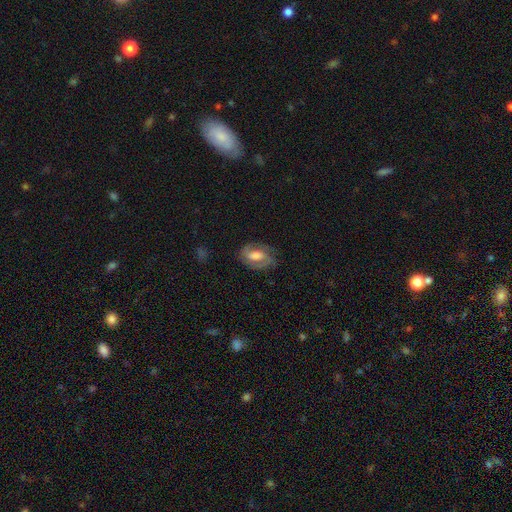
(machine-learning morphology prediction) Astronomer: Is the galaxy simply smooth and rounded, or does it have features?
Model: featured or disk — 68%.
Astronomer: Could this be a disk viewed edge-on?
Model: no — 96%.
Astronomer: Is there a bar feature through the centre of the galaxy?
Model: weak — 47% (runner-up: no, 28%).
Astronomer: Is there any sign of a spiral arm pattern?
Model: yes — 88%.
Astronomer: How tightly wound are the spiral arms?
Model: medium — 46% (runner-up: tight, 38%).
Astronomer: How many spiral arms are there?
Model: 2 — 76%.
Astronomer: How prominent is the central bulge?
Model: moderate — 48% (runner-up: large, 29%).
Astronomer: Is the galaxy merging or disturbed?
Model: none — 71%.